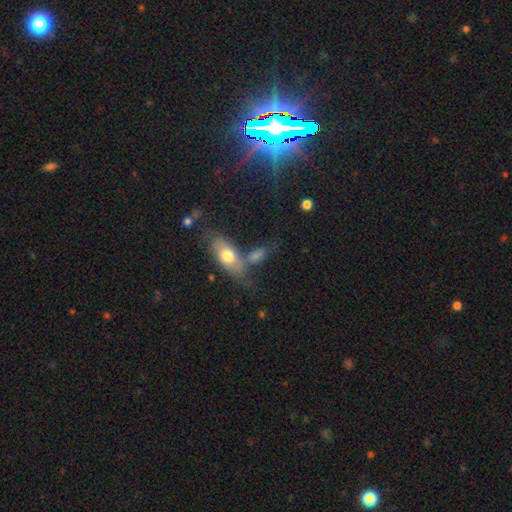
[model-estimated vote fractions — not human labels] A smooth galaxy with no disk features (61%) that is in between round and cigar-shaped (77%).

Vote fractions:
- Smooth or featured? smooth: 61% / featured or disk: 26% / star or artifact: 13%
- How rounded? in between: 77% / cigar-shaped: 14% / round: 9%
- Merging? none: 44% / merger: 30% / minor disturbance: 17% / major disturbance: 10%